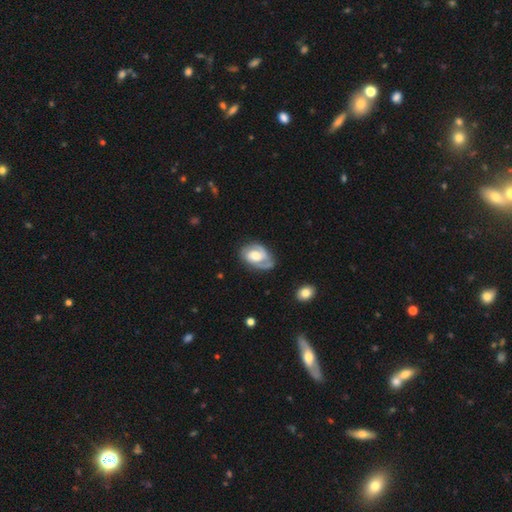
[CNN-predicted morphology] Smooth or featured?
  - featured or disk: 78% *
  - smooth: 17%
  - star or artifact: 5%
Edge-on disk?
  - no: 97% *
  - yes: 3%
Bar?
  - no: 54% *
  - weak: 37%
  - strong: 9%
Spiral arms?
  - yes: 92% *
  - no: 8%
Spiral winding?
  - tight: 49% *
  - medium: 39%
  - loose: 12%
Spiral arm count?
  - 2: 64% *
  - 1: 16%
  - can't tell: 12%
  - 3: 5%
  - 4: 1%
  - more than 4: 1%
Bulge size?
  - moderate: 55% *
  - large: 24%
  - small: 16%
  - none: 3%
  - dominant: 2%
Merging?
  - none: 62% *
  - minor disturbance: 24%
  - major disturbance: 12%
  - merger: 2%